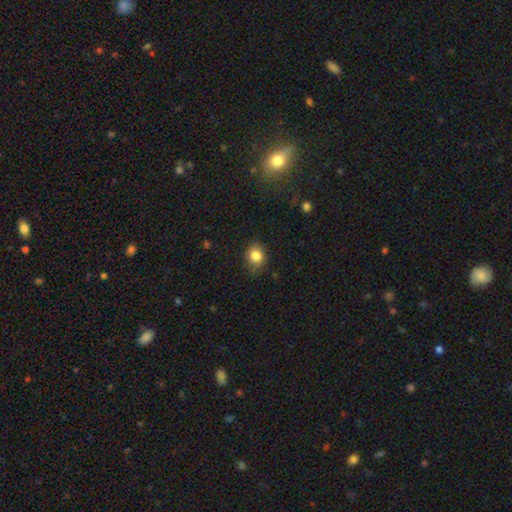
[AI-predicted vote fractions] Smooth or featured? smooth (84%)
How rounded? round (58%)
Merging? none (76%)